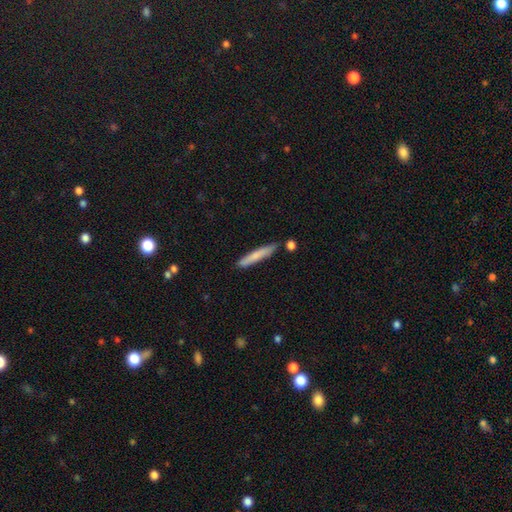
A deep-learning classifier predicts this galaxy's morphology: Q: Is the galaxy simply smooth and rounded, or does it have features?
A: smooth — 72%.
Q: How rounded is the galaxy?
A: cigar-shaped — 94%.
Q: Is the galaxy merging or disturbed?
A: none — 82%.